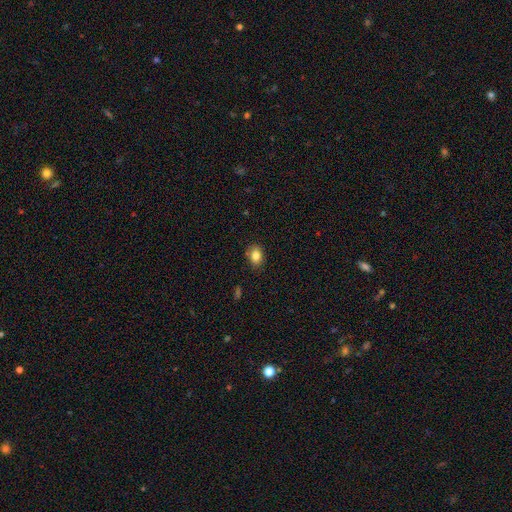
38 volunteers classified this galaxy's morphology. Overall: smooth (89%). How rounded: in between (85%). Merging: none (81%).